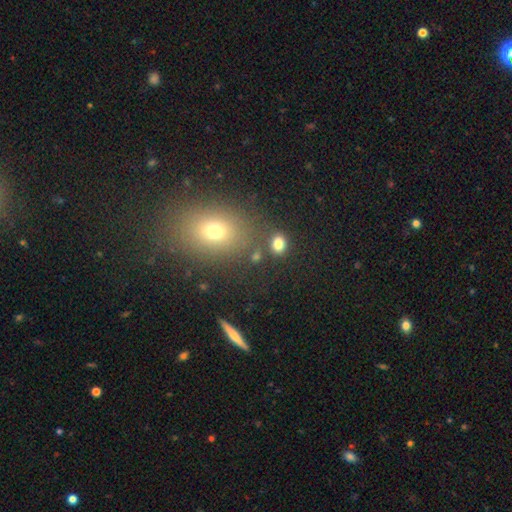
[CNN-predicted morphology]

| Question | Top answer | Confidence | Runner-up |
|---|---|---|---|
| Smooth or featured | smooth | 66% | star or artifact (23%) |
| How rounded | round | 64% | in between (32%) |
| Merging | none | 76% | merger (10%) |